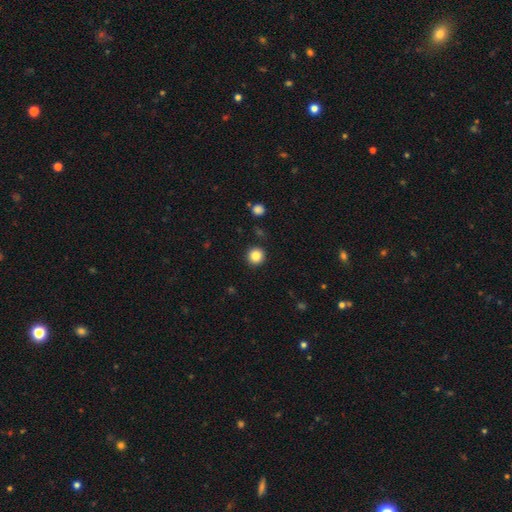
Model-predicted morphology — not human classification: Smooth or featured: smooth — 85% (star or artifact — 11%)
How rounded: round — 95% (in between — 4%)
Merging: none — 92% (minor disturbance — 5%)